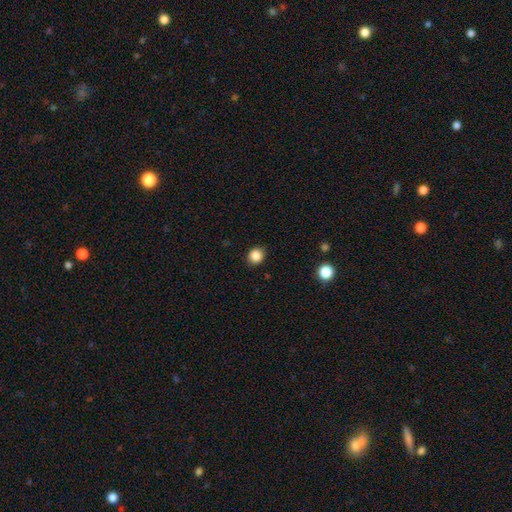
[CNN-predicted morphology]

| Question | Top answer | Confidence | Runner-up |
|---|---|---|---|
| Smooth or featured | smooth | 85% | star or artifact (11%) |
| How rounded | round | 77% | in between (22%) |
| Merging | none | 90% | minor disturbance (7%) |